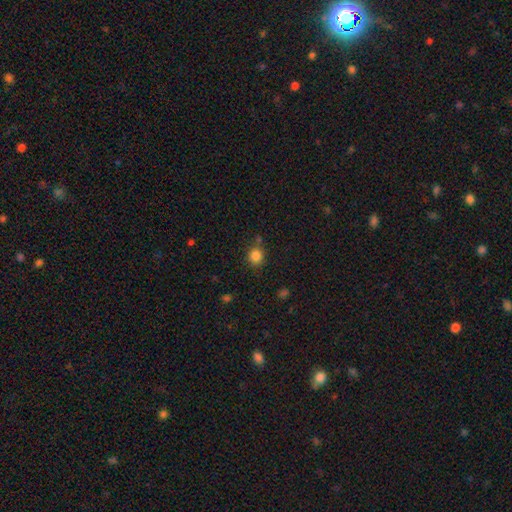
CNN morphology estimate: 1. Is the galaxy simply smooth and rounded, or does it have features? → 84% smooth, 11% star or artifact, 4% featured or disk.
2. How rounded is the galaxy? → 82% round, 17% in between, 1% cigar-shaped.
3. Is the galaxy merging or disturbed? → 75% none, 12% minor disturbance, 9% merger, 4% major disturbance.